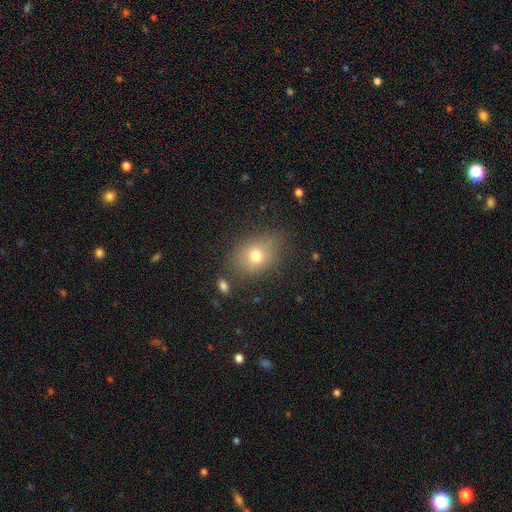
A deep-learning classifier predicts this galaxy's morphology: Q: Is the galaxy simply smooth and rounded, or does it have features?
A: smooth — 73%.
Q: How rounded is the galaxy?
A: in between — 60%.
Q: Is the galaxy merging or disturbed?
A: none — 71%.